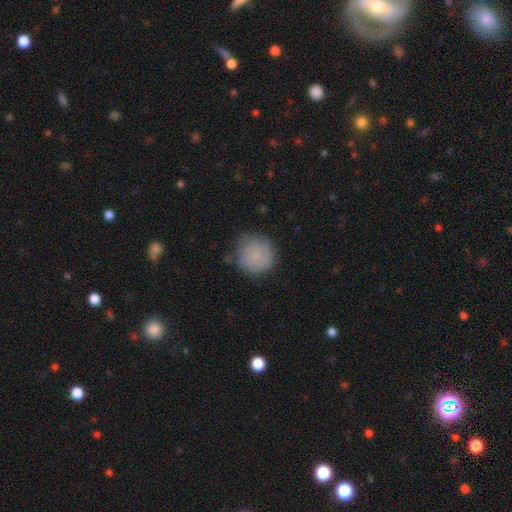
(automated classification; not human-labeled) Smooth or featured: smooth — 72% (featured or disk — 19%)
How rounded: round — 91% (in between — 8%)
Merging: none — 68% (minor disturbance — 24%)